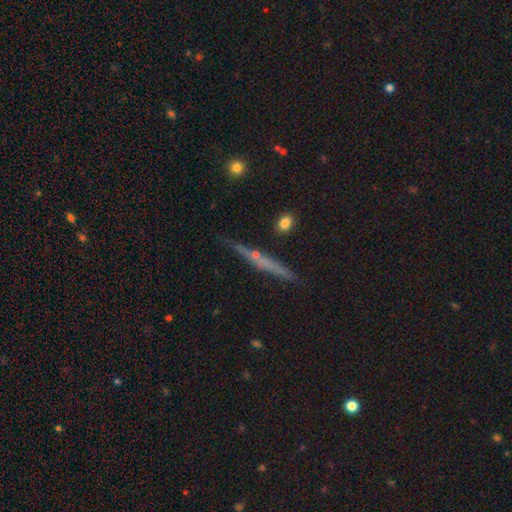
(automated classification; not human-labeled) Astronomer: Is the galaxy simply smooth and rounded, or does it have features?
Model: featured or disk — 57% (runner-up: smooth, 33%).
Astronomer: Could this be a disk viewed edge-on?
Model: yes — 96%.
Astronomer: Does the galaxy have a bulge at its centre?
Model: none — 57% (runner-up: rounded, 37%).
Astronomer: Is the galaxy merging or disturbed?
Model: none — 83%.